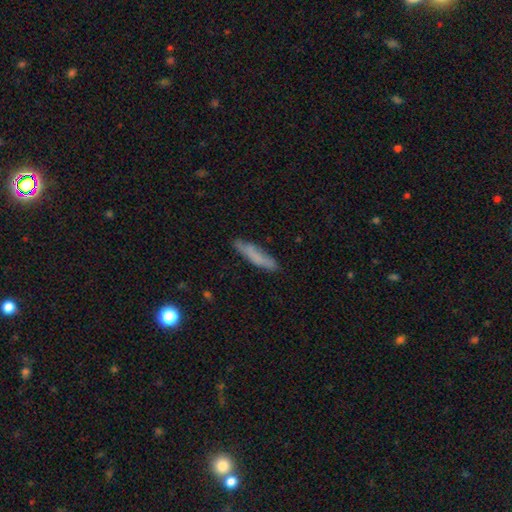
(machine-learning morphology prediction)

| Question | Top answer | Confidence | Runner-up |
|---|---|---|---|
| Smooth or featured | smooth | 70% | featured or disk (23%) |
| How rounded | cigar-shaped | 86% | in between (13%) |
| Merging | none | 78% | minor disturbance (17%) |